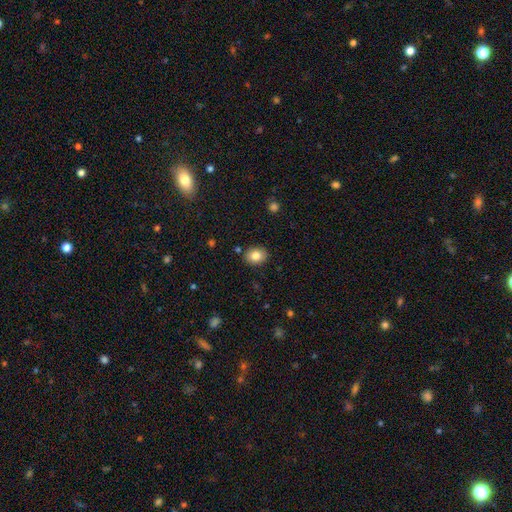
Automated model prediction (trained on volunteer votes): This appears to be a smooth galaxy with no disk features (81%) that is in between round and cigar-shaped (52%). Merging: none (88%).